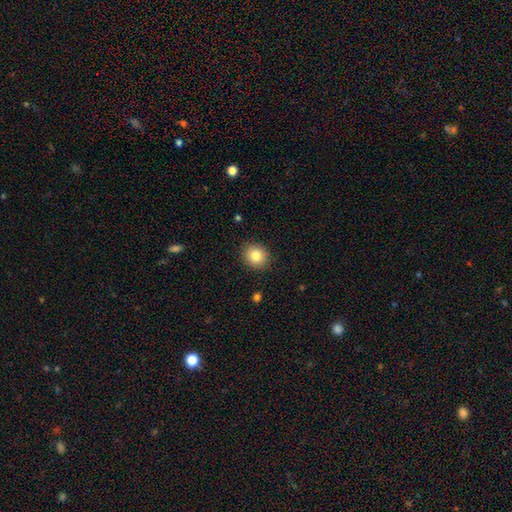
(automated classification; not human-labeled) smooth 83%, star or artifact 10%, featured or disk 8%. Down the decision tree: how rounded — round (81%); merging — none (89%).